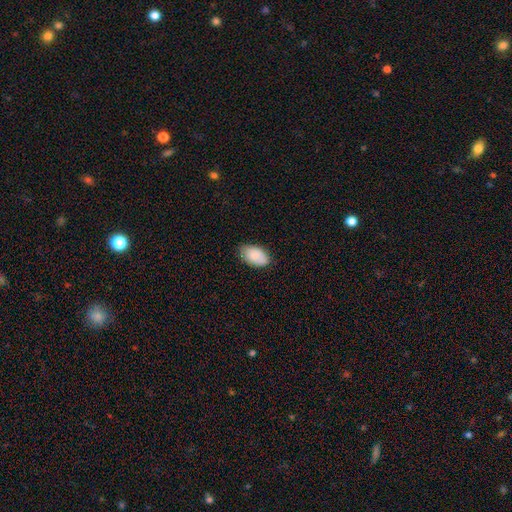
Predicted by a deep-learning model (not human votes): Overall: smooth (85%). How rounded: in between (93%). Merging: none (76%).